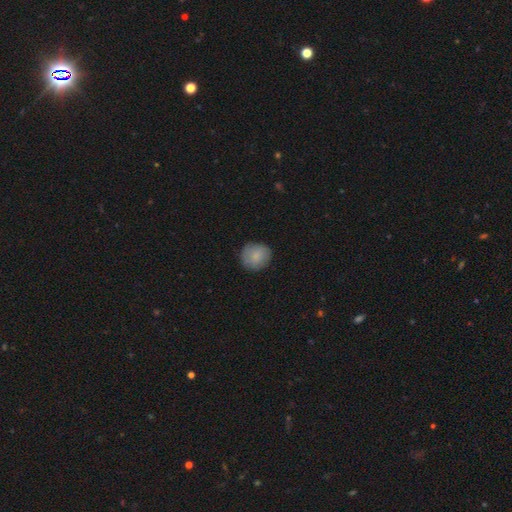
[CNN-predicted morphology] Smooth or featured? Predicted: smooth (p=0.83). How rounded? Predicted: round (p=0.87). Merging? Predicted: none (p=0.83).